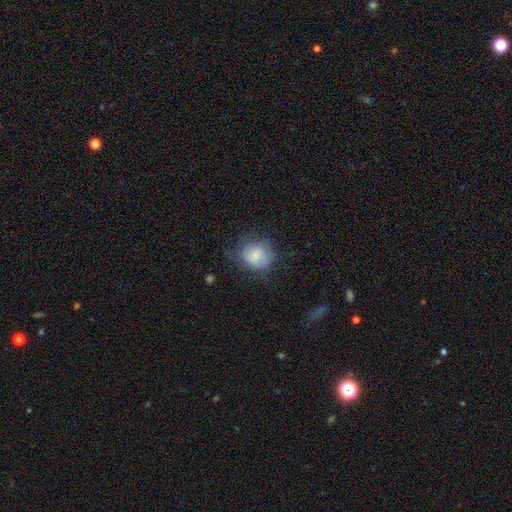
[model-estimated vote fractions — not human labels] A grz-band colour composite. It shows a smooth galaxy with no disk features (74%) that is round (80%). Merging: none (56%).